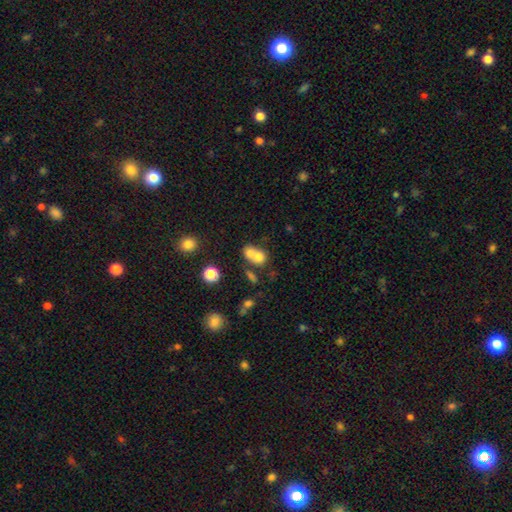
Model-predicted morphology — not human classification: A smooth galaxy with no disk features (71%) that is round (58%). Merging: merger (65%).